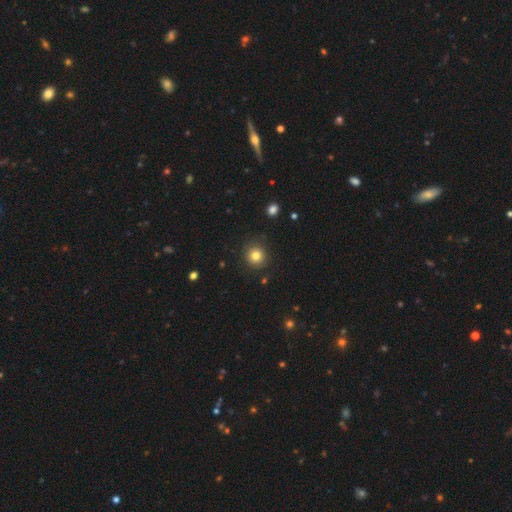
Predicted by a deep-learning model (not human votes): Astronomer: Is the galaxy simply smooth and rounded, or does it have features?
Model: smooth — 81%.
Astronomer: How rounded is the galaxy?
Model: round — 92%.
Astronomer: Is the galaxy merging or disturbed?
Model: none — 88%.